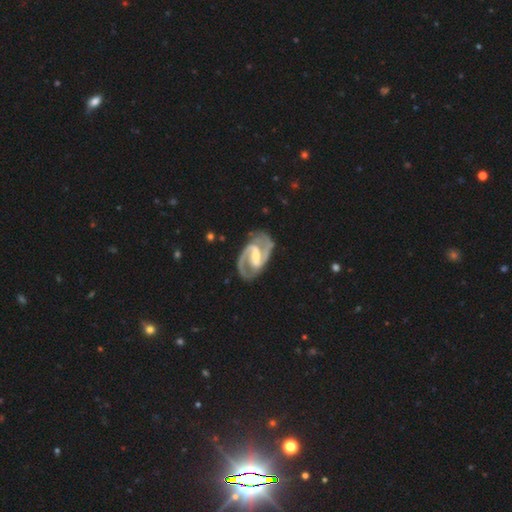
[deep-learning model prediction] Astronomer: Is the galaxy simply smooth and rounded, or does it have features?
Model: featured or disk — 93%.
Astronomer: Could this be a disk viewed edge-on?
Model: no — 98%.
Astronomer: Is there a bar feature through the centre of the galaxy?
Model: strong — 55% (runner-up: weak, 36%).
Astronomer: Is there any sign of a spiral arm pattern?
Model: yes — 98%.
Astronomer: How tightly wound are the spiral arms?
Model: medium — 59%.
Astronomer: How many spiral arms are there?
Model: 2 — 92%.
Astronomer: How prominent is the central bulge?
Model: small — 45%, tied with moderate at 45%.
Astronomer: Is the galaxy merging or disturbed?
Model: none — 78%.